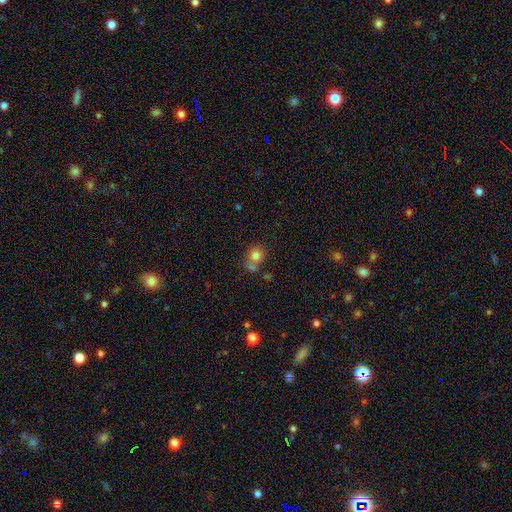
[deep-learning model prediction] smooth_or_featured: smooth (p=0.79) [alt: star or artifact p=0.12]
how_rounded: round (p=0.79) [alt: in between p=0.20]
merging: none (p=0.53) [alt: merger p=0.28]